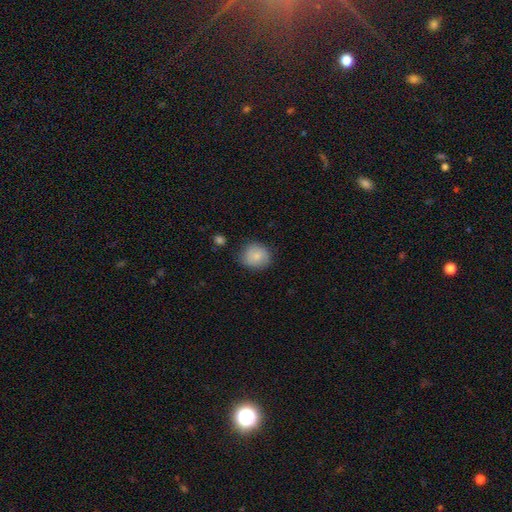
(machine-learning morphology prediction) The model was most divided on "merging": none: 78%, minor disturbance: 16%, major disturbance: 4%, merger: 2%. More confident: how rounded — round (84%); smooth or featured — smooth (82%).